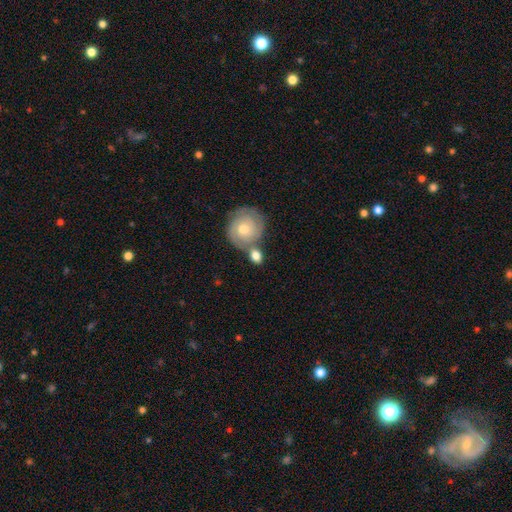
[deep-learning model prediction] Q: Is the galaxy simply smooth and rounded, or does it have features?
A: smooth — 62%.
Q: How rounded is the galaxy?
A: round — 58%.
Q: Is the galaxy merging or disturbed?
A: none — 46%.